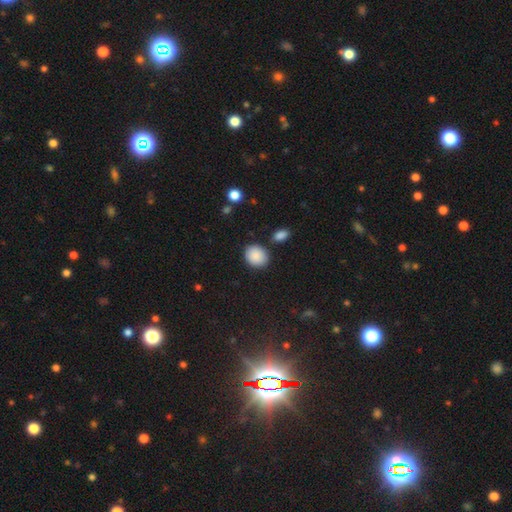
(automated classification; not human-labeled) smooth_or_featured: smooth (p=0.89) [alt: star or artifact p=0.07]
how_rounded: round (p=0.69) [alt: in between p=0.30]
merging: none (p=0.84) [alt: minor disturbance p=0.10]